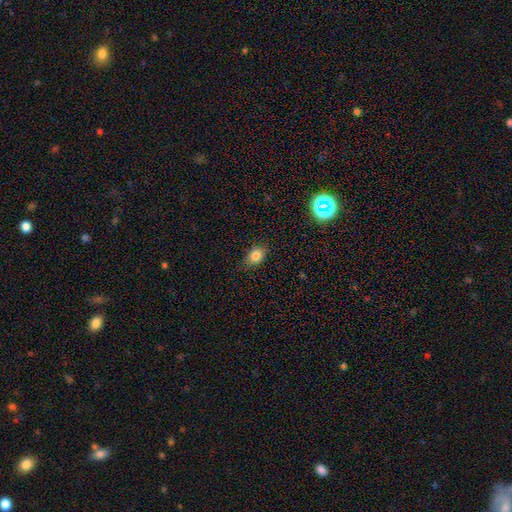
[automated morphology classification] A smooth galaxy with no disk features (81%) that is in between round and cigar-shaped (67%). Merging: none (82%).